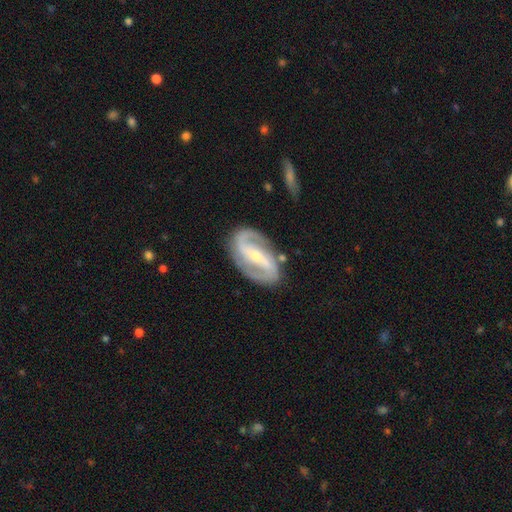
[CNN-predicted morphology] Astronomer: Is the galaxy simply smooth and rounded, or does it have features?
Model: featured or disk — 90%.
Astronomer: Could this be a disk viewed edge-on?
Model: no — 96%.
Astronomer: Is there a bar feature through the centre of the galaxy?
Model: strong — 62%.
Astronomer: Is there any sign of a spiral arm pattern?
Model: yes — 96%.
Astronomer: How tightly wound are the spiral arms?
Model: medium — 48% (runner-up: tight, 30%).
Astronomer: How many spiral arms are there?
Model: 2 — 92%.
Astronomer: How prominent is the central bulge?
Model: small — 62%.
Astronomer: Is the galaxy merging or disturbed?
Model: none — 83%.